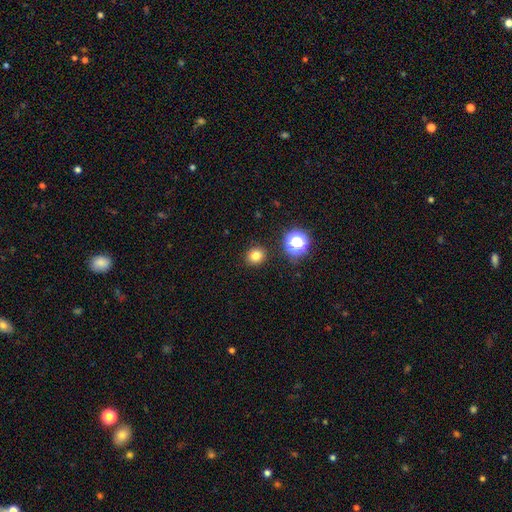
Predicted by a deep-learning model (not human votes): smooth_or_featured: smooth (p=0.78) [alt: star or artifact p=0.16]
how_rounded: round (p=0.84) [alt: in between p=0.15]
merging: none (p=0.90) [alt: minor disturbance p=0.06]